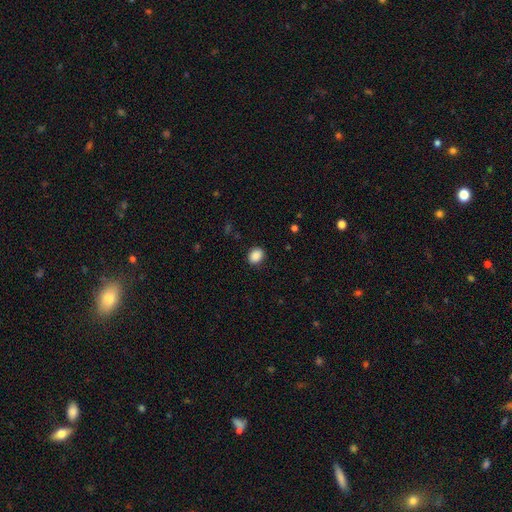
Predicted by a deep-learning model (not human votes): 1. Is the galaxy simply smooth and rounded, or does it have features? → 89% smooth, 8% star or artifact, 3% featured or disk.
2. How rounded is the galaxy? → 52% in between, 47% round, 1% cigar-shaped.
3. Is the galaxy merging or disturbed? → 88% none, 9% minor disturbance, 2% major disturbance, 1% merger.